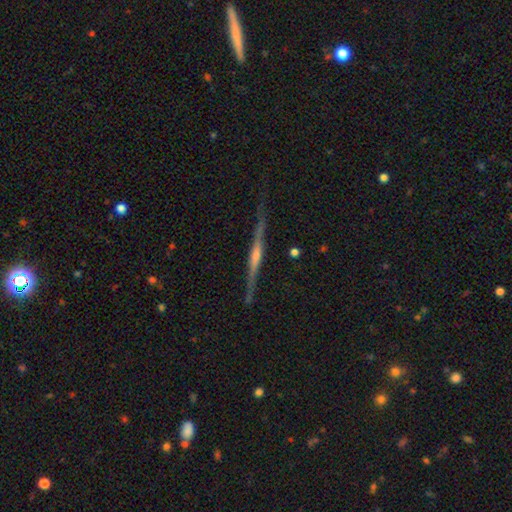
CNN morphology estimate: The model was most divided on "edge-on bulge": rounded: 76%, none: 13%, boxy: 11%. More confident: edge-on disk — yes (98%); merging — none (88%); smooth or featured — featured or disk (84%).